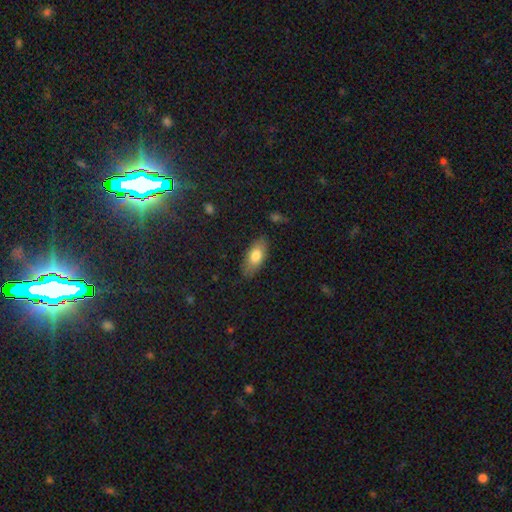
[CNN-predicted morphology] Overall: smooth (76%). How rounded: in between (86%). Merging: none (83%).